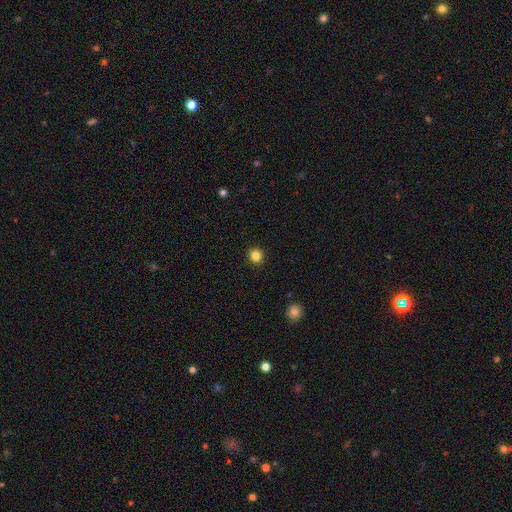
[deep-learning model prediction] smooth_or_featured: smooth (p=0.84) [alt: star or artifact p=0.12]
how_rounded: round (p=0.93) [alt: in between p=0.06]
merging: none (p=0.93) [alt: minor disturbance p=0.05]